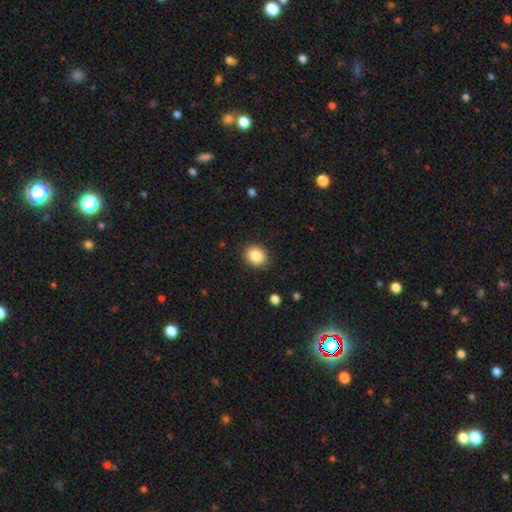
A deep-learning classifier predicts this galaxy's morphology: smooth-or-featured: smooth: 86% | star or artifact: 9% | featured or disk: 5%
  how-rounded: round: 67% | in between: 32% | cigar-shaped: 1%
  merging: none: 90% | minor disturbance: 7% | major disturbance: 2% | merger: 1%